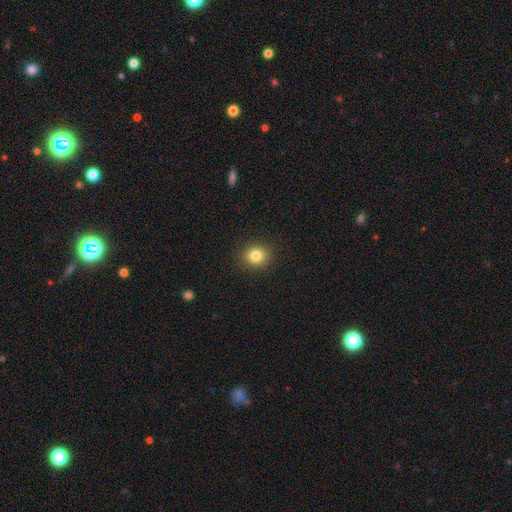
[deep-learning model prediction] smooth-or-featured: smooth: 83% | star or artifact: 11% | featured or disk: 6%
  how-rounded: round: 78% | in between: 21% | cigar-shaped: 1%
  merging: none: 90% | minor disturbance: 6% | major disturbance: 2% | merger: 1%